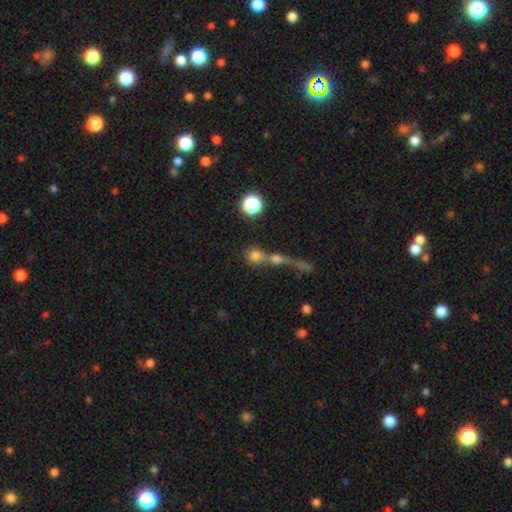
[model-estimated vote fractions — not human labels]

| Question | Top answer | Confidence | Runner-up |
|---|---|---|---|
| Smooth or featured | smooth | 67% | star or artifact (18%) |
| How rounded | round | 83% | in between (13%) |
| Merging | merger | 54% | none (33%) |